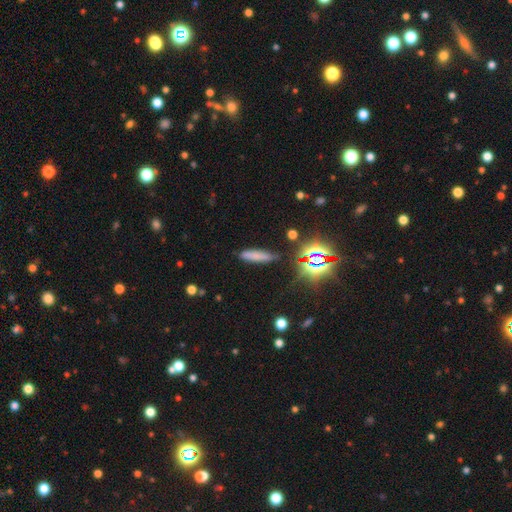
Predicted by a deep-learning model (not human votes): smooth 67%, star or artifact 20%, featured or disk 13%. Down the decision tree: how rounded — cigar-shaped (73%); merging — none (80%).